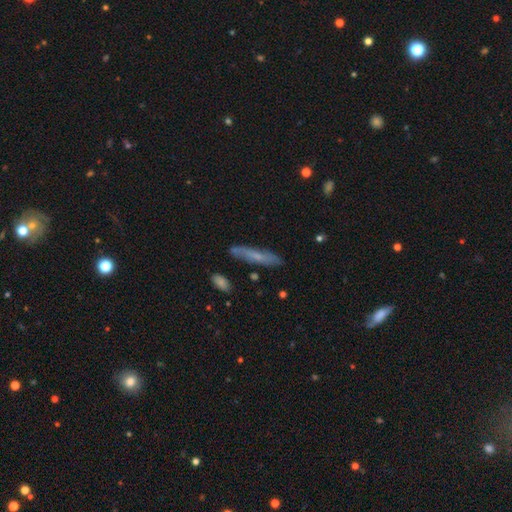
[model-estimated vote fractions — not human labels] This appears to be a smooth galaxy with no disk features (54%) that is cigar-shaped (88%). Merging: none (82%).